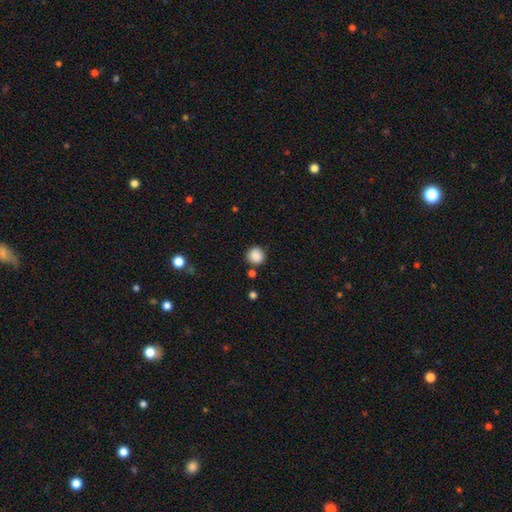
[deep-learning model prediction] Smooth or featured?
  - smooth: 87% *
  - star or artifact: 10%
  - featured or disk: 3%
How rounded?
  - round: 92% *
  - in between: 7%
  - cigar-shaped: 1%
Merging?
  - none: 84% *
  - minor disturbance: 9%
  - merger: 5%
  - major disturbance: 3%